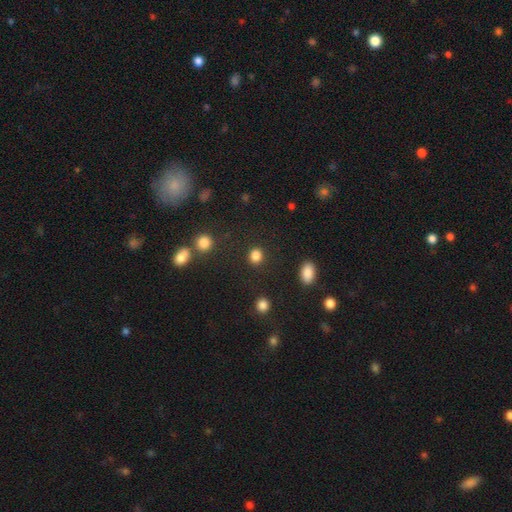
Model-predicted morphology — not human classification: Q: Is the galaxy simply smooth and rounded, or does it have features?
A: smooth — 84%.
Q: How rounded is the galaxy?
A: round — 73%.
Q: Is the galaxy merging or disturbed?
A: none — 87%.